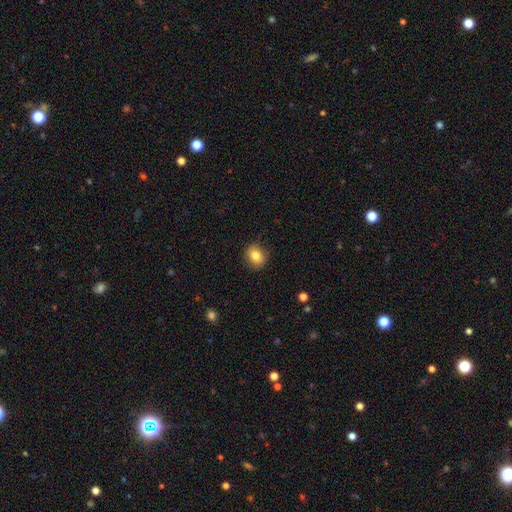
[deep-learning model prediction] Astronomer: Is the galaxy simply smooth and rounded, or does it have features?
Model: smooth — 81%.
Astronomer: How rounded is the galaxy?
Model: round — 56% (runner-up: in between, 43%).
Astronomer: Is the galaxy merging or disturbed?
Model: none — 82%.